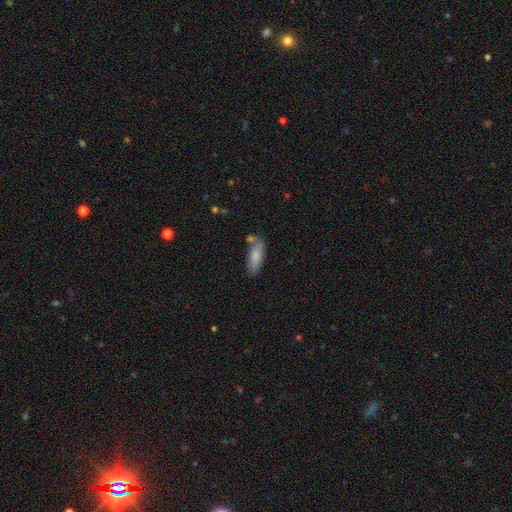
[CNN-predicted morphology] Smooth or featured?
  - smooth: 80% *
  - featured or disk: 13%
  - star or artifact: 6%
How rounded?
  - in between: 65% *
  - cigar-shaped: 33%
  - round: 2%
Merging?
  - none: 68% *
  - minor disturbance: 17%
  - merger: 11%
  - major disturbance: 4%